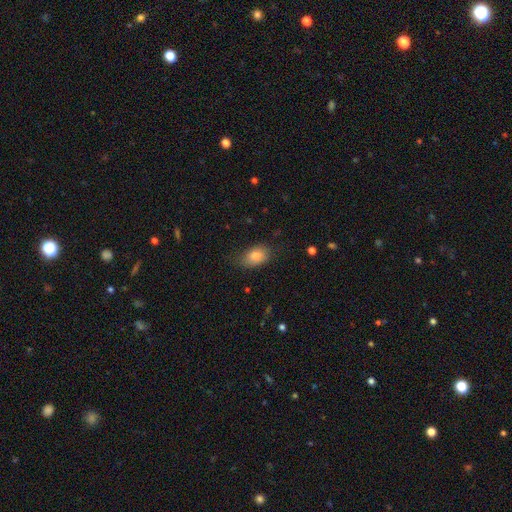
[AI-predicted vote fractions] A smooth galaxy with no disk features (83%) that is in between round and cigar-shaped (87%).

Vote fractions:
- Smooth or featured? smooth: 83% / featured or disk: 9% / star or artifact: 8%
- How rounded? in between: 87% / round: 11% / cigar-shaped: 2%
- Merging? none: 71% / minor disturbance: 22% / major disturbance: 6% / merger: 1%